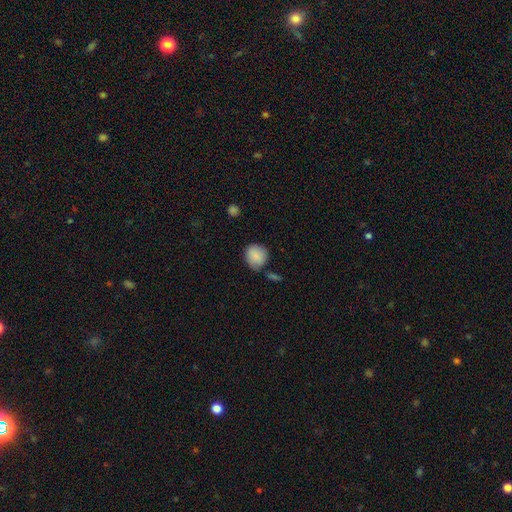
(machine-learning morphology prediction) This is clearly a smooth galaxy (85%). How rounded: likely round (79%). Merging: likely none (65%).